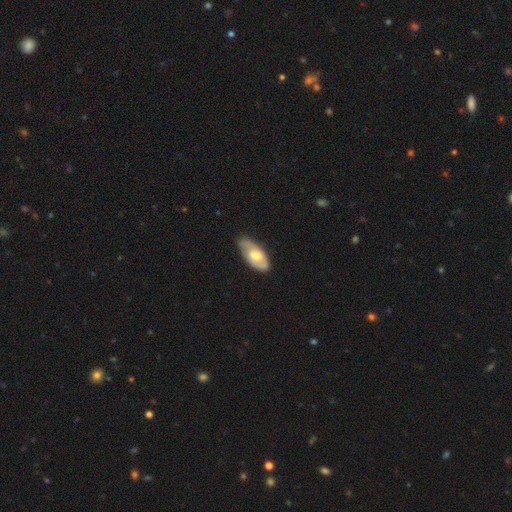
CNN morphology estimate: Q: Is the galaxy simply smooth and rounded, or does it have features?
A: featured or disk — 50%.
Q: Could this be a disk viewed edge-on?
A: no — 84%.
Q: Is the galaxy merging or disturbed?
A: none — 67%.